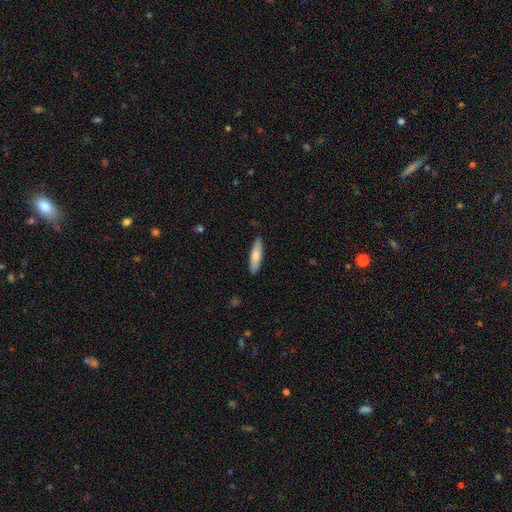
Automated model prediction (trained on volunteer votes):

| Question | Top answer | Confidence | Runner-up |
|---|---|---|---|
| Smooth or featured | smooth | 73% | featured or disk (22%) |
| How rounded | cigar-shaped | 69% | in between (30%) |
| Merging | none | 85% | minor disturbance (12%) |